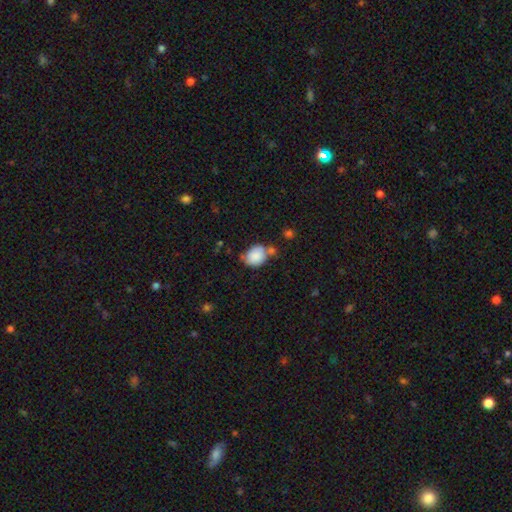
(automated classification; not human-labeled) A smooth galaxy with no disk features (86%) that is in between round and cigar-shaped (54%).

Vote fractions:
- Smooth or featured? smooth: 86% / star or artifact: 8% / featured or disk: 7%
- How rounded? in between: 54% / round: 45% / cigar-shaped: 1%
- Merging? none: 52% / minor disturbance: 22% / merger: 20% / major disturbance: 7%